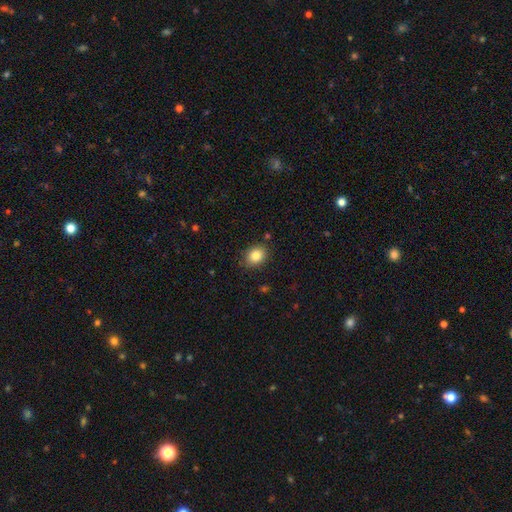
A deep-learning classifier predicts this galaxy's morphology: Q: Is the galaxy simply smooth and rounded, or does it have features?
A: smooth — 83%.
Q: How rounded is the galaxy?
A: round — 53%.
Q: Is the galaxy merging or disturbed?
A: none — 86%.